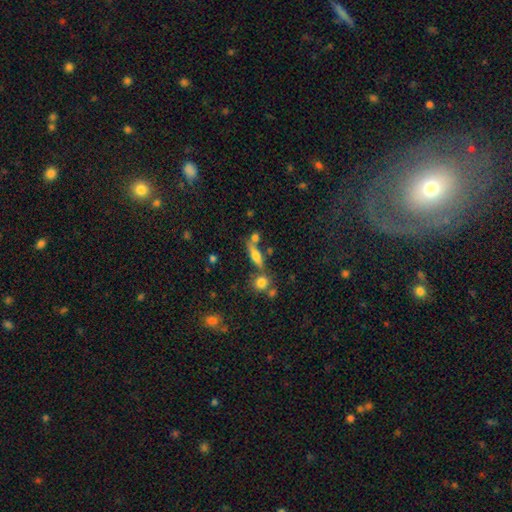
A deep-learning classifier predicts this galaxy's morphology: This appears to be a smooth galaxy with no disk features (55%) that is cigar-shaped (58%). Merging: none (61%).